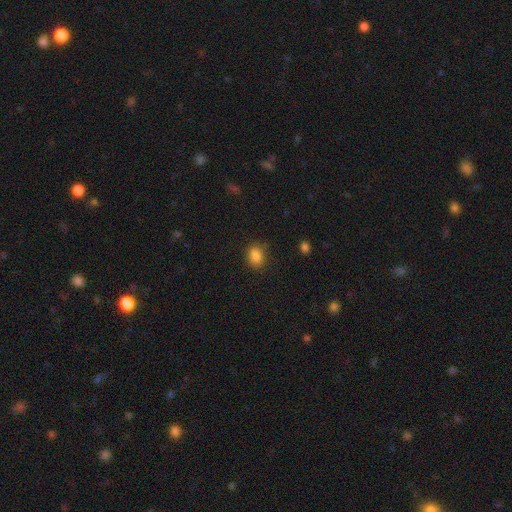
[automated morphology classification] Smooth or featured: smooth — 86% (star or artifact — 10%)
How rounded: in between — 68% (round — 31%)
Merging: none — 78% (minor disturbance — 16%)